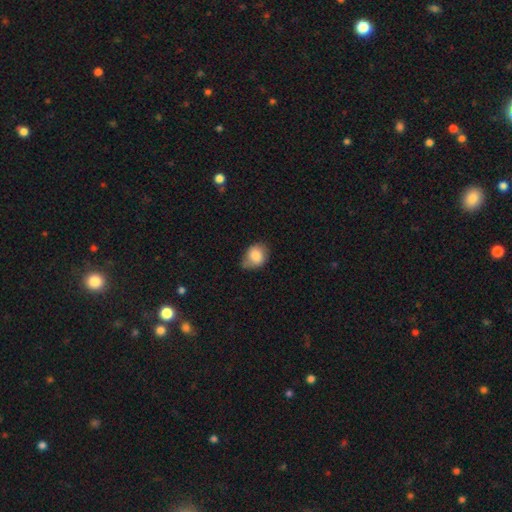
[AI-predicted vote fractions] This appears to be a smooth galaxy with no disk features (83%) that is in between round and cigar-shaped (51%). Merging: none (50%).